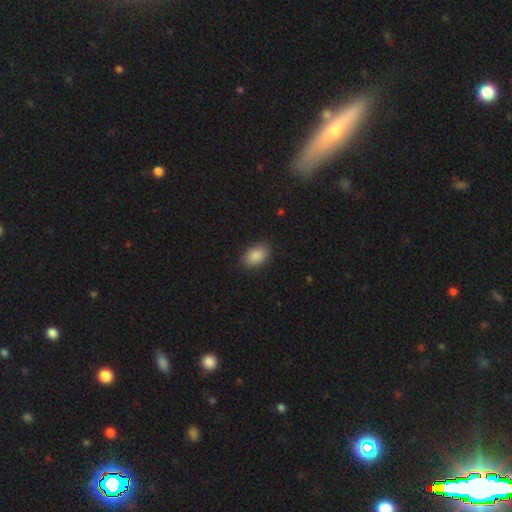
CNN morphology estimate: Smooth or featured? Predicted: smooth (p=0.89). How rounded? Predicted: in between (p=0.88). Merging? Predicted: none (p=0.86).